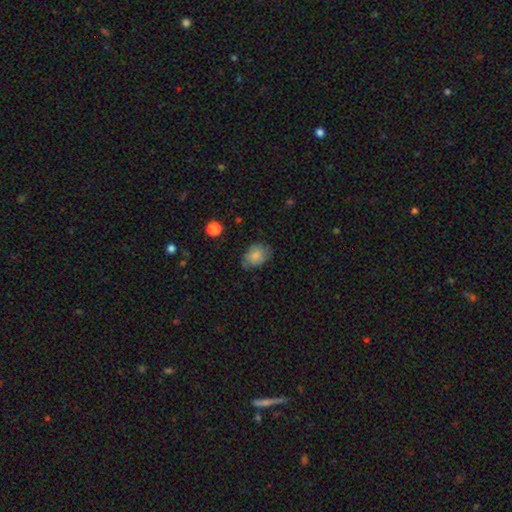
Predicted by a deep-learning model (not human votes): A smooth galaxy with no disk features (76%) that is in between round and cigar-shaped (70%).

Vote fractions:
- Smooth or featured? smooth: 76% / featured or disk: 16% / star or artifact: 9%
- How rounded? in between: 70% / round: 29% / cigar-shaped: 1%
- Merging? none: 61% / minor disturbance: 29% / major disturbance: 8% / merger: 2%